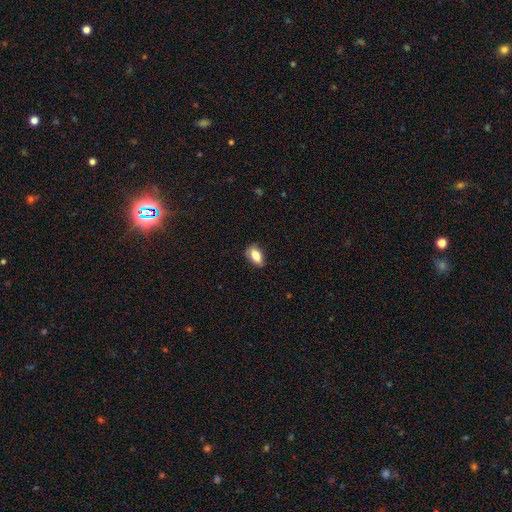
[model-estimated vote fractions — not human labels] Smooth or featured? Predicted: smooth (p=0.78). How rounded? Predicted: in between (p=0.88). Merging? Predicted: none (p=0.74).